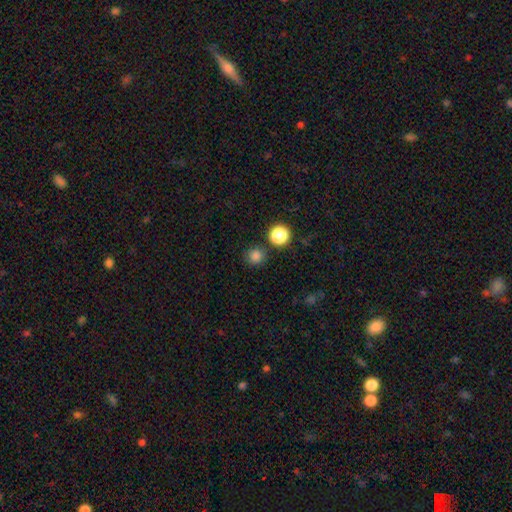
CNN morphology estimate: smooth-or-featured: smooth: 81% | star or artifact: 15% | featured or disk: 4%
  how-rounded: round: 93% | in between: 6% | cigar-shaped: 1%
  merging: none: 84% | minor disturbance: 7% | merger: 6% | major disturbance: 3%